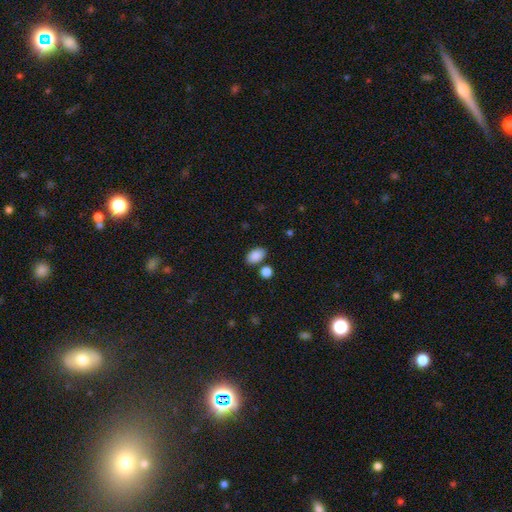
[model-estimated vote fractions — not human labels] Smooth or featured? smooth (88%)
How rounded? in between (90%)
Merging? none (78%)